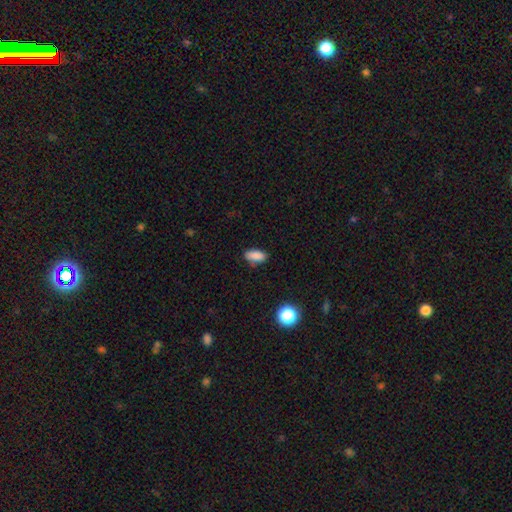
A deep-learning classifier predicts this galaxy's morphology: Smooth or featured? Predicted: smooth (p=0.86). How rounded? Predicted: in between (p=0.86). Merging? Predicted: none (p=0.78).